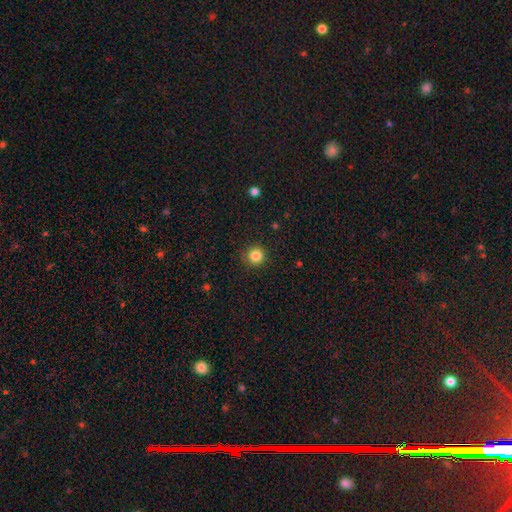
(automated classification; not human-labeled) Smooth or featured? smooth (84%)
How rounded? round (95%)
Merging? none (90%)